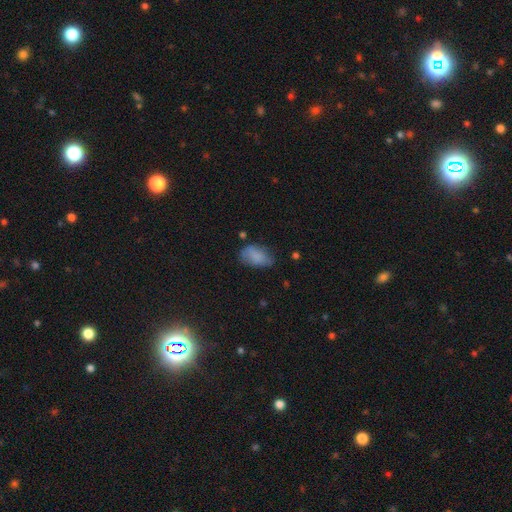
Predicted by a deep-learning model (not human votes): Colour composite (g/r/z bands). It shows a smooth galaxy with no disk features (79%) that is in between round and cigar-shaped (90%). Merging: none (54%).